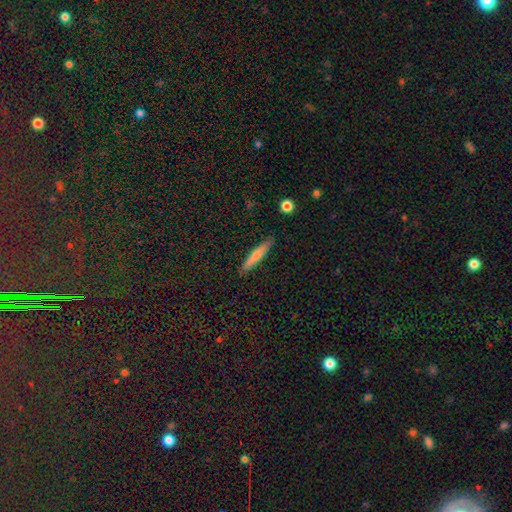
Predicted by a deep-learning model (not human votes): A smooth galaxy with no disk features (68%) that is cigar-shaped (93%).

Vote fractions:
- Smooth or featured? smooth: 68% / featured or disk: 26% / star or artifact: 7%
- How rounded? cigar-shaped: 93% / in between: 5% / round: 1%
- Merging? none: 90% / minor disturbance: 7% / major disturbance: 2% / merger: 1%